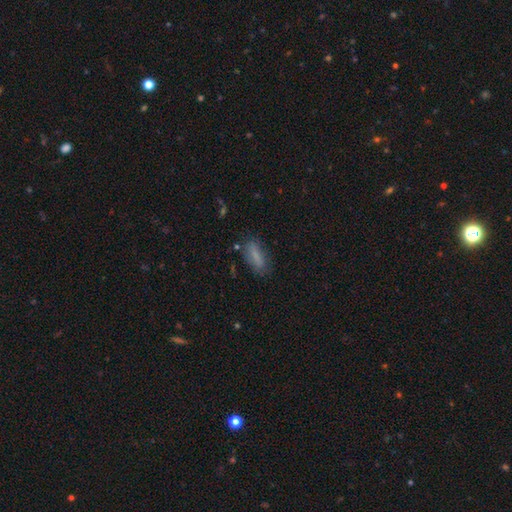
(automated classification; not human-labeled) Morphology: type=smooth (78%); roundness=in between (62%); merging=none (75%).